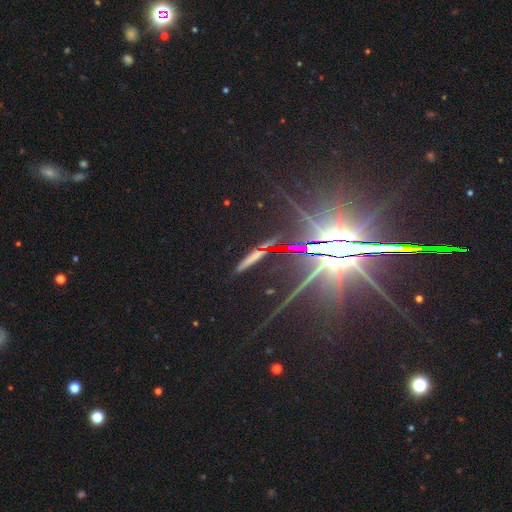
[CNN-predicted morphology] This appears to be a star or artifact, not a galaxy (56%).